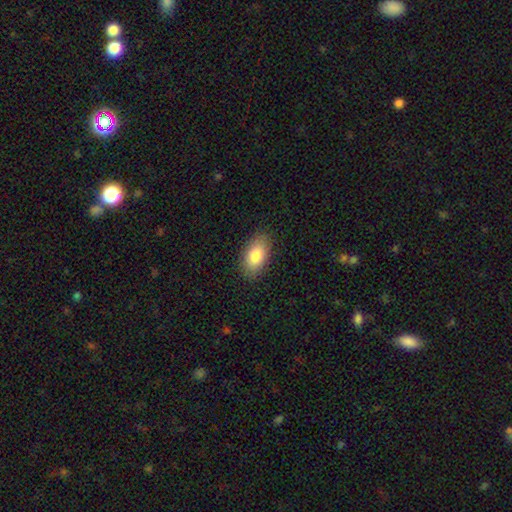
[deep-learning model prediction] Smooth or featured? Predicted: smooth (p=0.83). How rounded? Predicted: in between (p=0.93). Merging? Predicted: none (p=0.86).